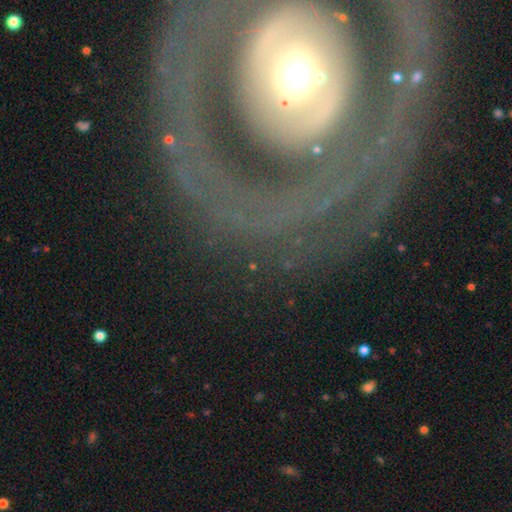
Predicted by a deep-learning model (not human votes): A featured or disk galaxy (75%) with no bar (59%), spiral arms (55%) and a moderate central bulge (63%). Merging: none (74%).